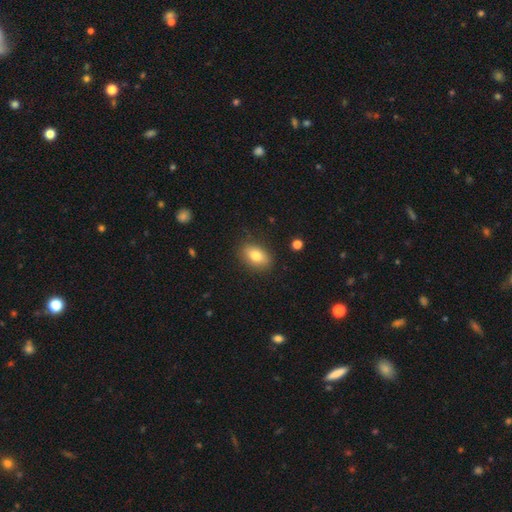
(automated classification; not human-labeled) Smooth or featured?
  - smooth: 80% *
  - featured or disk: 12%
  - star or artifact: 8%
How rounded?
  - in between: 86% *
  - round: 11%
  - cigar-shaped: 3%
Merging?
  - none: 85% *
  - minor disturbance: 11%
  - major disturbance: 3%
  - merger: 1%